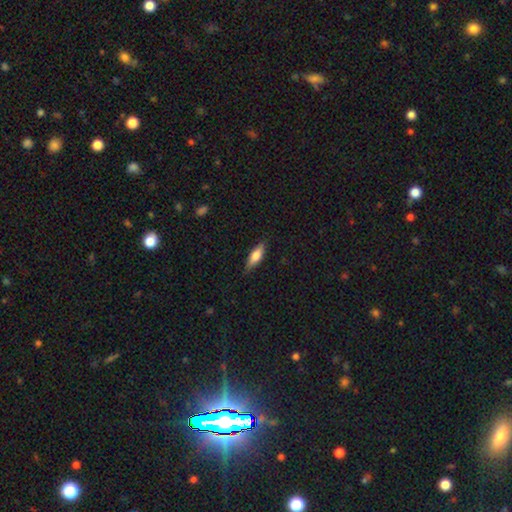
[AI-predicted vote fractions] Smooth or featured? Predicted: smooth (p=0.70). How rounded? Predicted: in between (p=0.53). Merging? Predicted: none (p=0.83).